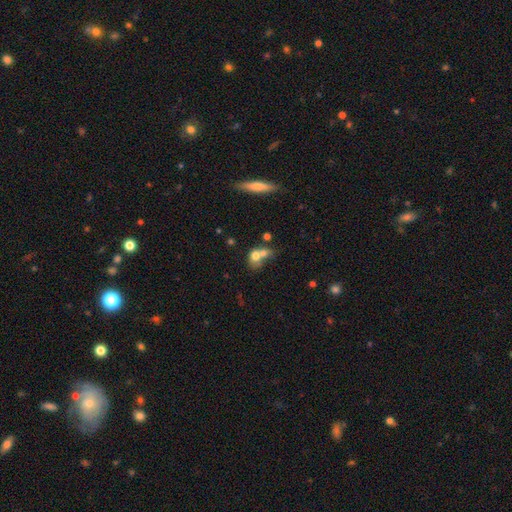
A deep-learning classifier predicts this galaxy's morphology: A smooth galaxy with no disk features (67%) that is in between round and cigar-shaped (50%).

Vote fractions:
- Smooth or featured? smooth: 67% / featured or disk: 22% / star or artifact: 11%
- How rounded? in between: 50% / round: 48% / cigar-shaped: 2%
- Merging? merger: 62% / none: 23% / minor disturbance: 8% / major disturbance: 6%